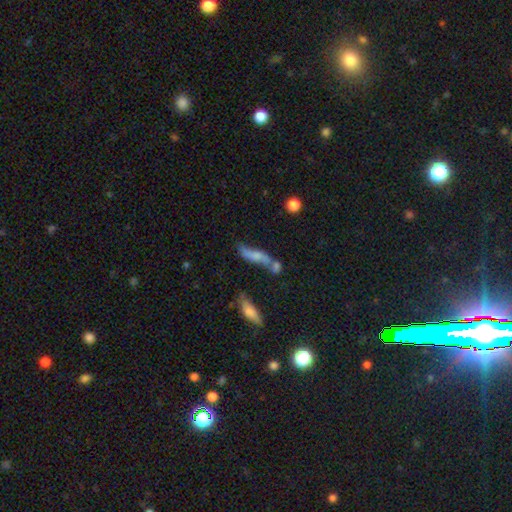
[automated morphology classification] type=smooth (51%); roundness=cigar-shaped (58%); merging=none (35%).